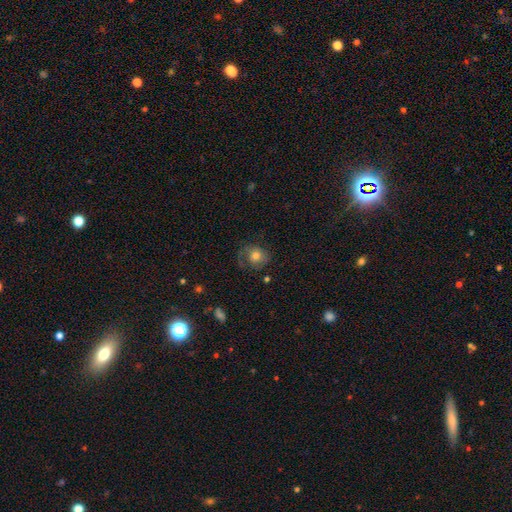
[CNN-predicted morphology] Smooth or featured? Predicted: smooth (p=0.62). How rounded? Predicted: round (p=0.73). Merging? Predicted: none (p=0.55).